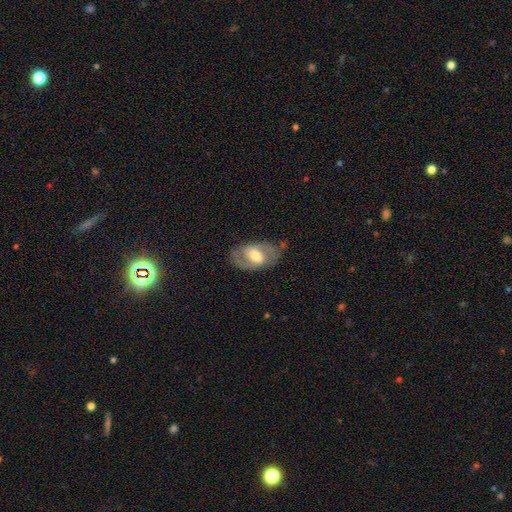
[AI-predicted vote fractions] Morphology: type=featured or disk (68%); edge-on=no (94%); bar=weak (46%); spiral arms=yes (71%); bulge=moderate (62%); merging=none (80%).